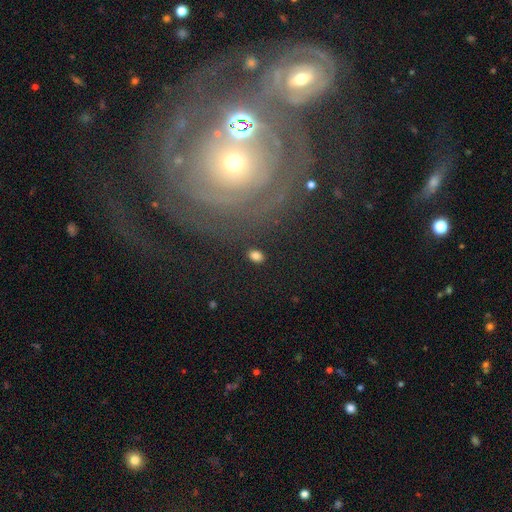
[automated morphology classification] A smooth galaxy with no disk features (81%) that is in between round and cigar-shaped (78%). Merging: none (88%).